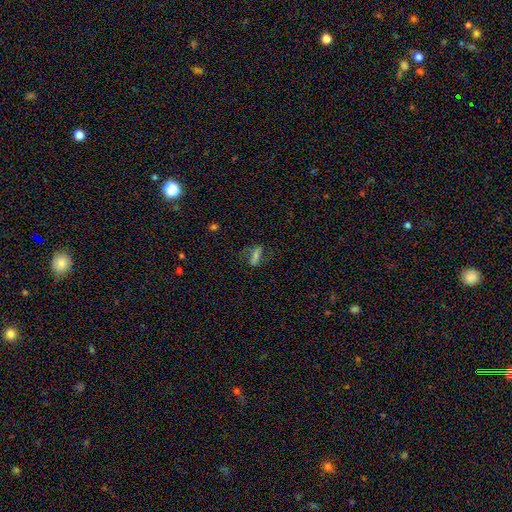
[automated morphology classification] This appears to be a smooth galaxy with no disk features (50%) that is in between round and cigar-shaped (49%). Merging: none (71%).